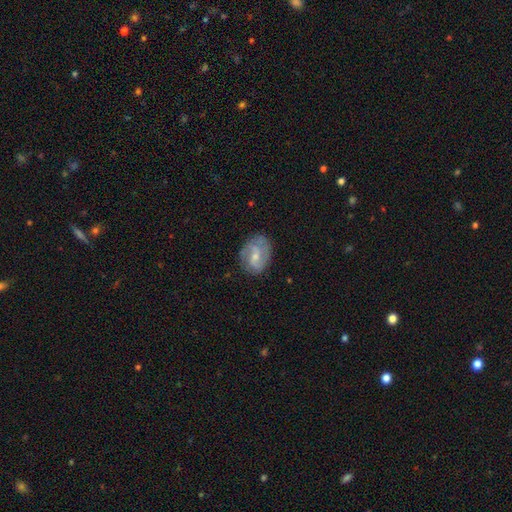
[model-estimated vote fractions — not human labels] Smooth or featured? featured or disk (65%)
Edge-on disk? no (97%)
Bar? weak (51%)
Spiral arms? yes (85%)
Spiral winding? medium (45%)
Spiral arm count? 2 (68%)
Bulge size? small (53%)
Merging? none (69%)